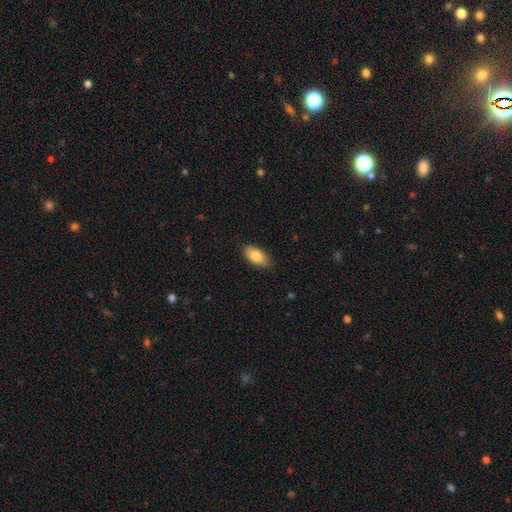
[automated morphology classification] smooth_or_featured: smooth (p=0.85) [alt: featured or disk p=0.09]
how_rounded: in between (p=0.92) [alt: cigar-shaped p=0.05]
merging: none (p=0.86) [alt: minor disturbance p=0.11]